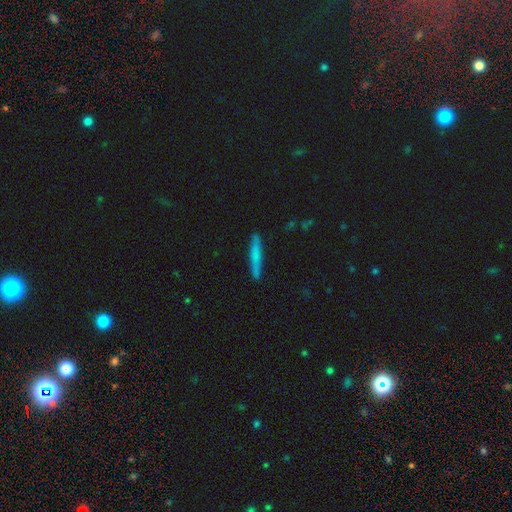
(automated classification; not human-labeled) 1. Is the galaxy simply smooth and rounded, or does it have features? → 66% smooth, 27% featured or disk, 6% star or artifact.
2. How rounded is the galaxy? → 94% cigar-shaped, 5% in between, 1% round.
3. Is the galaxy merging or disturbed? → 89% none, 8% minor disturbance, 2% major disturbance, 1% merger.